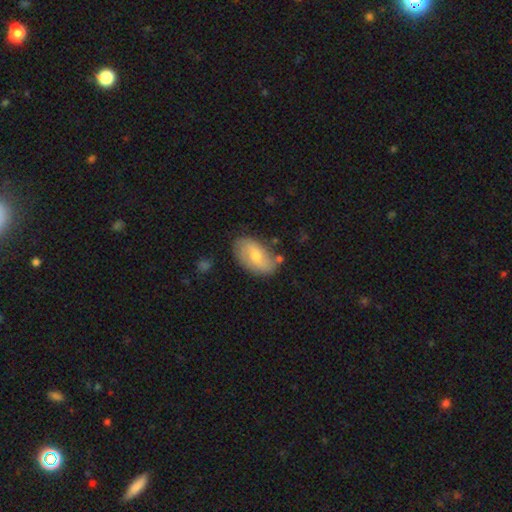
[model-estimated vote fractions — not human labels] This appears to be a smooth galaxy with no disk features (52%) that is in between round and cigar-shaped (92%). Merging: none (73%).